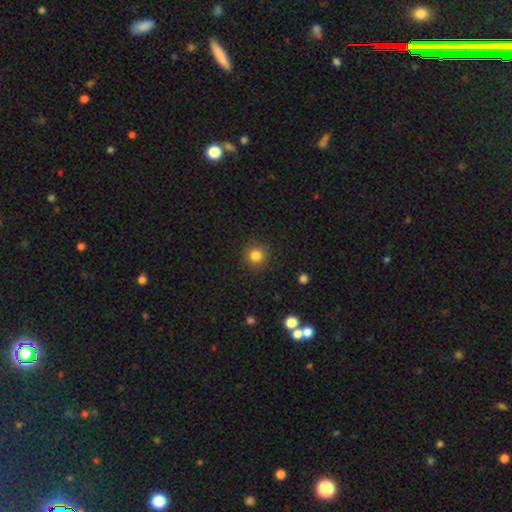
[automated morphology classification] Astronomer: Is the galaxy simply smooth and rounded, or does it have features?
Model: smooth — 84%.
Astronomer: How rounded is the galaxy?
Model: round — 94%.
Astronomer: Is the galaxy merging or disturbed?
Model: none — 90%.